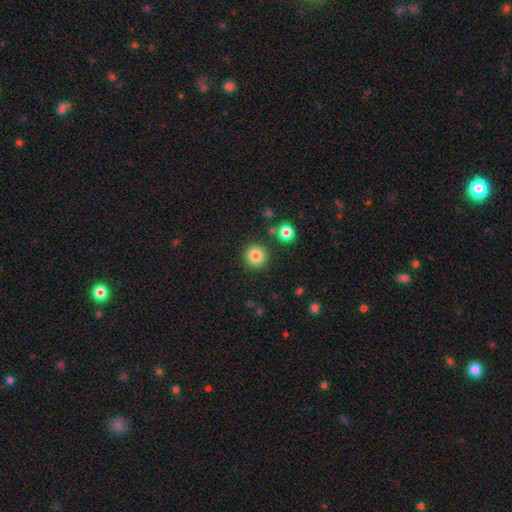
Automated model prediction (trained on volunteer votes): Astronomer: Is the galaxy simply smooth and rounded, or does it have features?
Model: smooth — 84%.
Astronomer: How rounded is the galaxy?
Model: round — 95%.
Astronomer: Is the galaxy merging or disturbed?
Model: none — 89%.